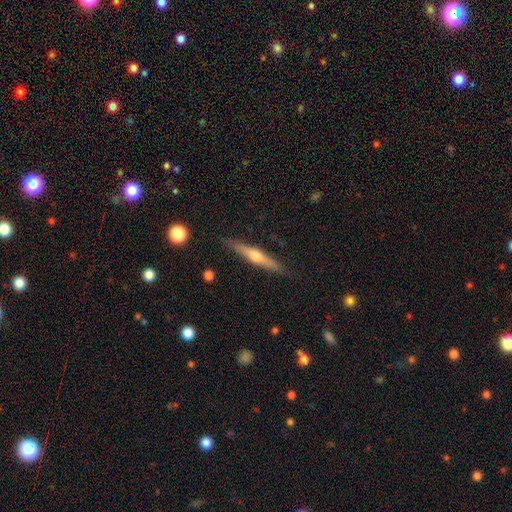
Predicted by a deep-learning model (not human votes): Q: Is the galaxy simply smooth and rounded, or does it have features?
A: featured or disk — 66%.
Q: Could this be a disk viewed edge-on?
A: yes — 97%.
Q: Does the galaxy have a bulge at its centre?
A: rounded — 90%.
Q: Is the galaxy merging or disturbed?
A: none — 87%.